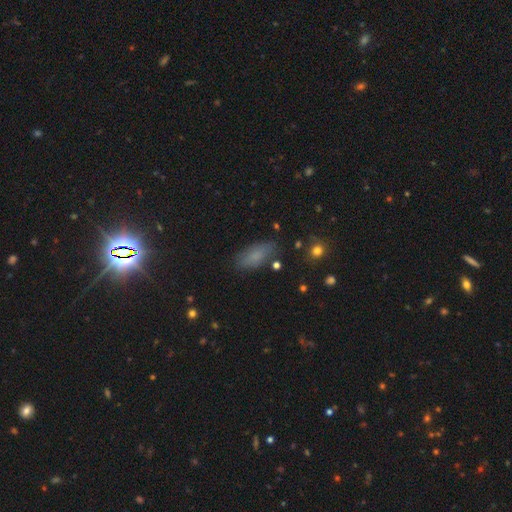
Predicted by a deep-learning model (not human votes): The model was most divided on "smooth or featured": smooth: 75%, star or artifact: 14%, featured or disk: 11%. More confident: how rounded — in between (80%); merging — none (79%).